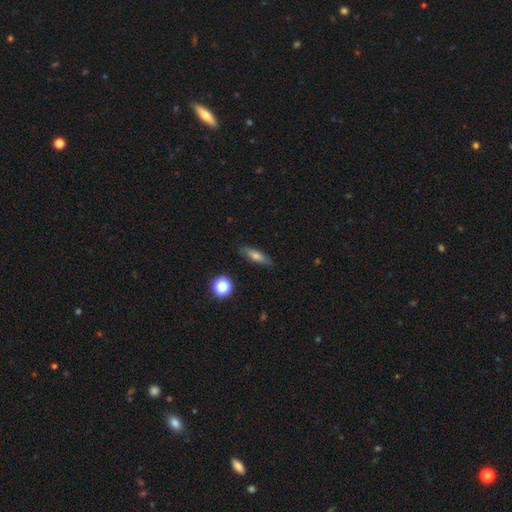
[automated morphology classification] Smooth or featured: smooth — 65% (featured or disk — 24%)
How rounded: cigar-shaped — 49% (in between — 46%)
Merging: none — 81% (minor disturbance — 14%)